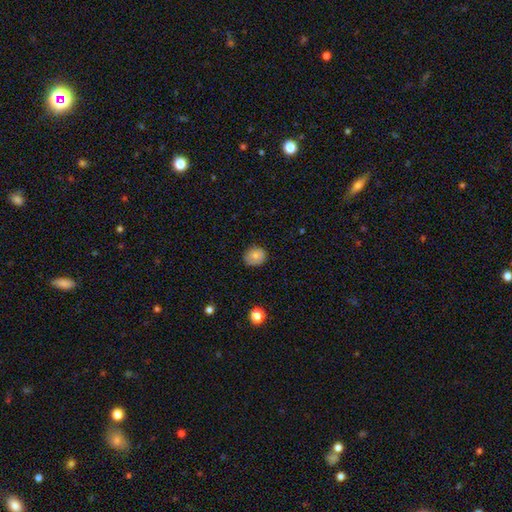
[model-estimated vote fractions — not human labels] smooth_or_featured: smooth (p=0.78) [alt: featured or disk p=0.13]
how_rounded: round (p=0.63) [alt: in between p=0.36]
merging: none (p=0.79) [alt: minor disturbance p=0.17]